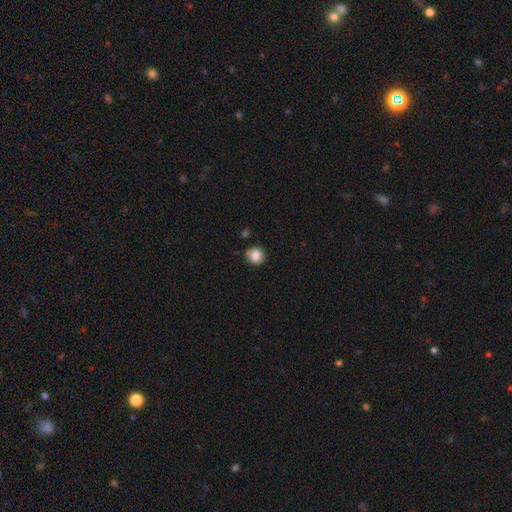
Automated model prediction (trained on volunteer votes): Smooth or featured? Predicted: smooth (p=0.85). How rounded? Predicted: round (p=0.85). Merging? Predicted: none (p=0.79).